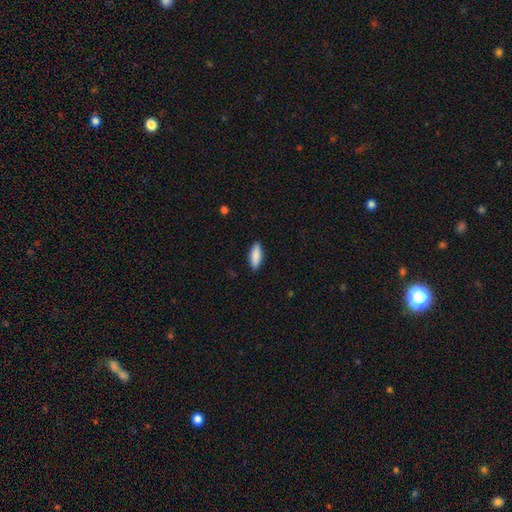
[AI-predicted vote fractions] smooth_or_featured: smooth (p=0.89) [alt: featured or disk p=0.06]
how_rounded: in between (p=0.67) [alt: cigar-shaped p=0.31]
merging: none (p=0.89) [alt: minor disturbance p=0.08]